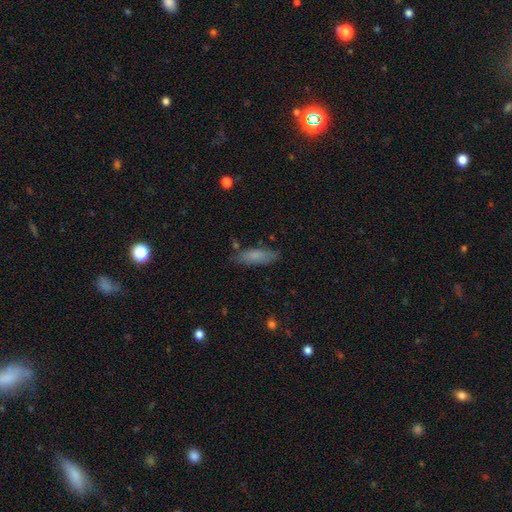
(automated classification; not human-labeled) This is likely a smooth galaxy (77%). How rounded: possibly in between (49%, tied with cigar-shaped). Merging: likely none (77%).